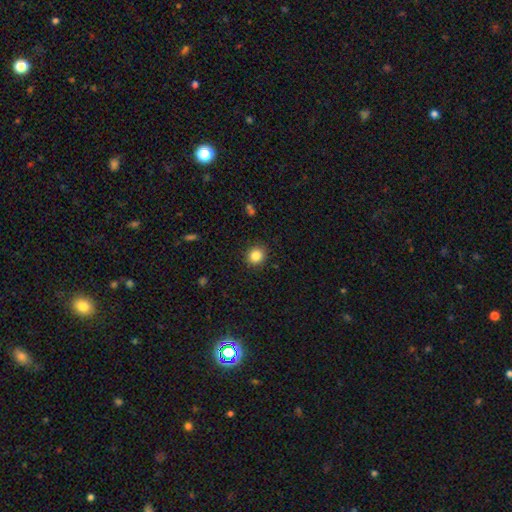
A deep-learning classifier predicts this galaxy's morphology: smooth-or-featured: smooth: 85% | star or artifact: 10% | featured or disk: 5%
  how-rounded: round: 80% | in between: 19% | cigar-shaped: 1%
  merging: none: 89% | minor disturbance: 7% | major disturbance: 2% | merger: 1%